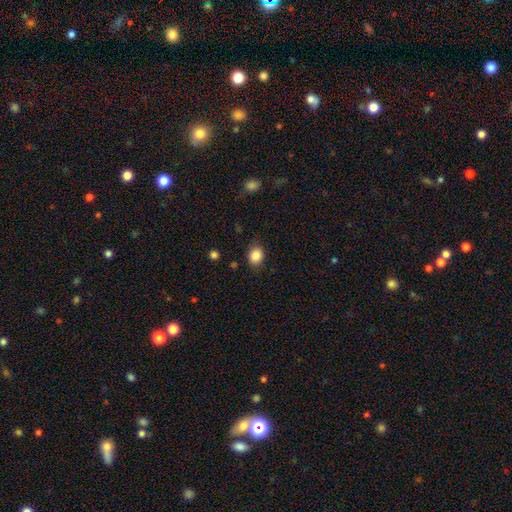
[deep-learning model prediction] A smooth galaxy with no disk features (86%) that is round (61%). Merging: none (82%).